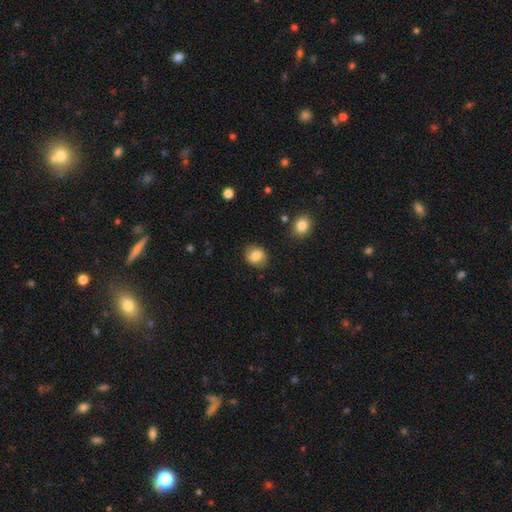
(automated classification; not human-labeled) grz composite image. It shows a smooth galaxy with no disk features (83%) that is round (68%). Merging: none (84%).